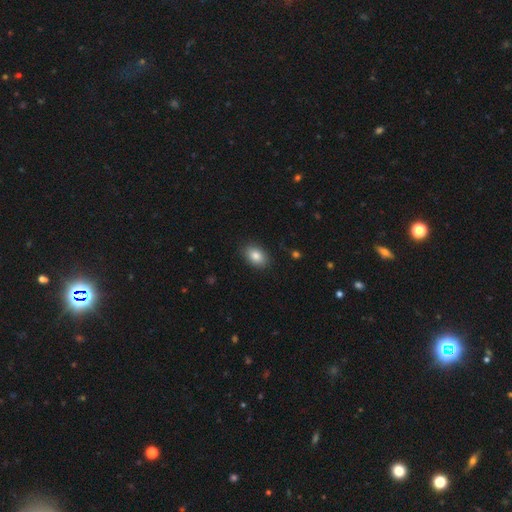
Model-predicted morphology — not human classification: This is clearly a smooth galaxy (85%). How rounded: clearly in between (86%). Merging: clearly none (88%).